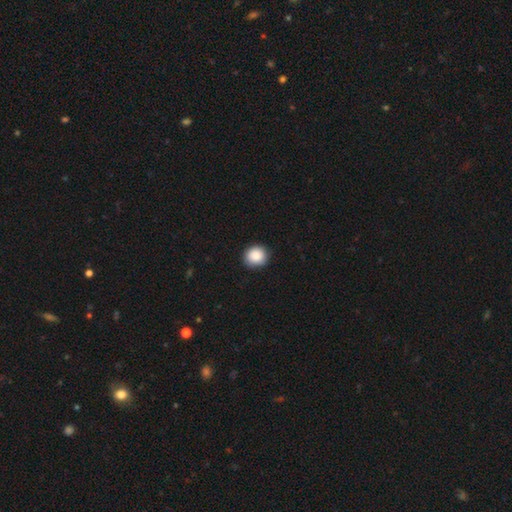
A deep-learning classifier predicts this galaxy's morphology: Smooth or featured: smooth — 88% (star or artifact — 8%)
How rounded: round — 86% (in between — 13%)
Merging: none — 87% (minor disturbance — 10%)